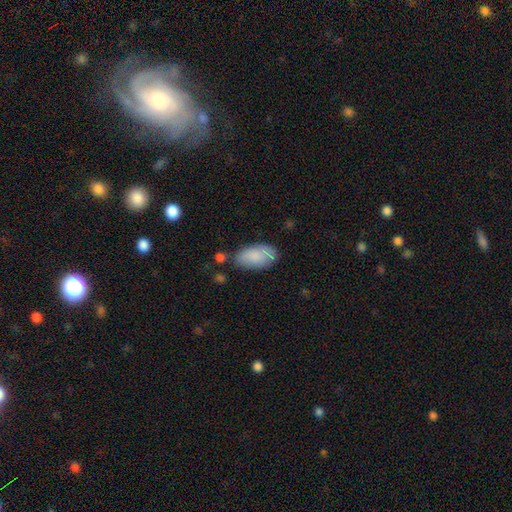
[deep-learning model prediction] Smooth or featured?
  - smooth: 82% *
  - featured or disk: 12%
  - star or artifact: 7%
How rounded?
  - in between: 94% *
  - round: 3%
  - cigar-shaped: 3%
Merging?
  - none: 66% *
  - minor disturbance: 23%
  - major disturbance: 6%
  - merger: 6%